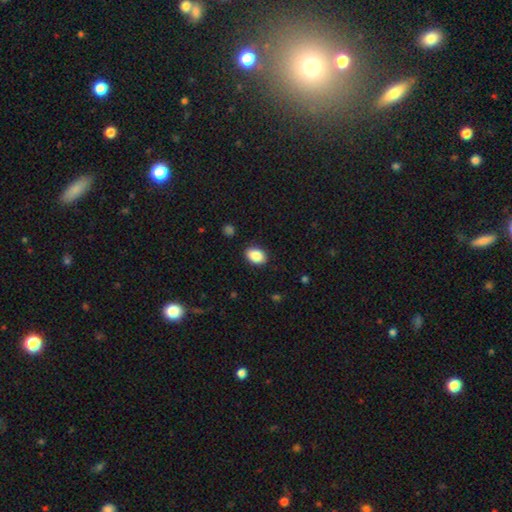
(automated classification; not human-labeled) A smooth galaxy with no disk features (87%) that is in between round and cigar-shaped (85%).

Vote fractions:
- Smooth or featured? smooth: 87% / star or artifact: 7% / featured or disk: 5%
- How rounded? in between: 85% / round: 14% / cigar-shaped: 1%
- Merging? none: 88% / minor disturbance: 9% / major disturbance: 2% / merger: 1%